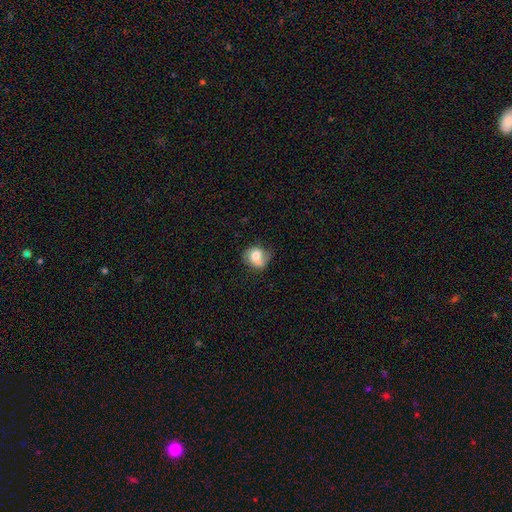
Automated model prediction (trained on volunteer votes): smooth 57%, featured or disk 34%, star or artifact 9%. Down the decision tree: how rounded — round (63%); merging — none (43%).